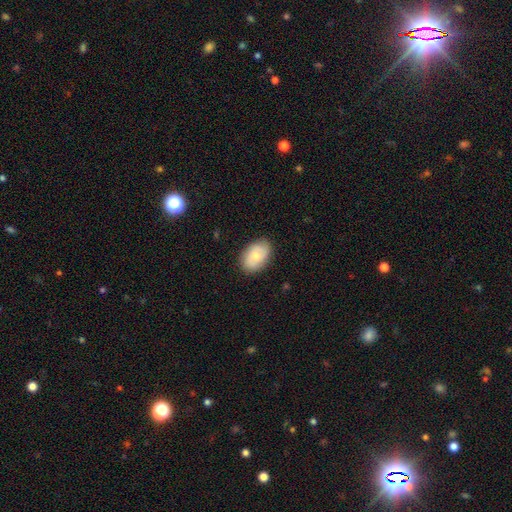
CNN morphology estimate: smooth 69%, featured or disk 25%, star or artifact 6%. Down the decision tree: how rounded — in between (86%); merging — none (84%).